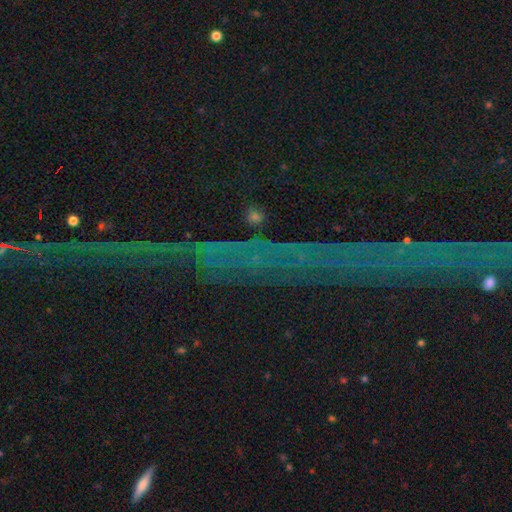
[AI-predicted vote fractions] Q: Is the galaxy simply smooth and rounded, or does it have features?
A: star or artifact — 82%.